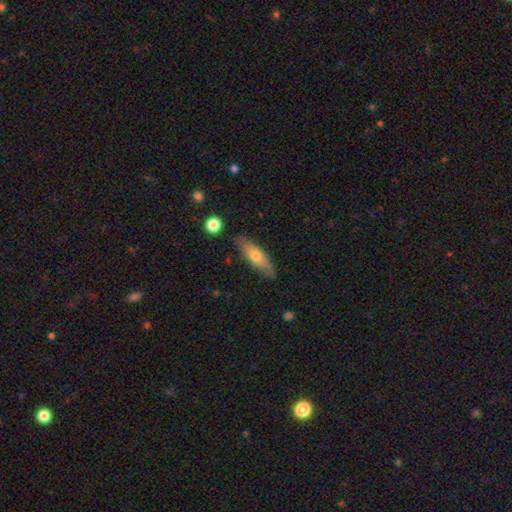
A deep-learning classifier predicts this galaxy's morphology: A smooth galaxy with no disk features (56%) that is cigar-shaped (50%).

Vote fractions:
- Smooth or featured? smooth: 56% / featured or disk: 38% / star or artifact: 6%
- How rounded? cigar-shaped: 50% / in between: 47% / round: 3%
- Merging? none: 80% / minor disturbance: 15% / major disturbance: 3% / merger: 2%